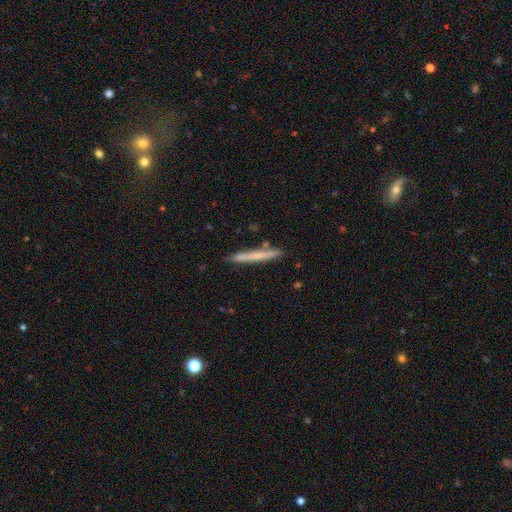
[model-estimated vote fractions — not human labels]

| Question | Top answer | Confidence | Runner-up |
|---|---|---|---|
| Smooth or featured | smooth | 61% | featured or disk (33%) |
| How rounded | cigar-shaped | 97% | in between (2%) |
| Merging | none | 86% | minor disturbance (9%) |